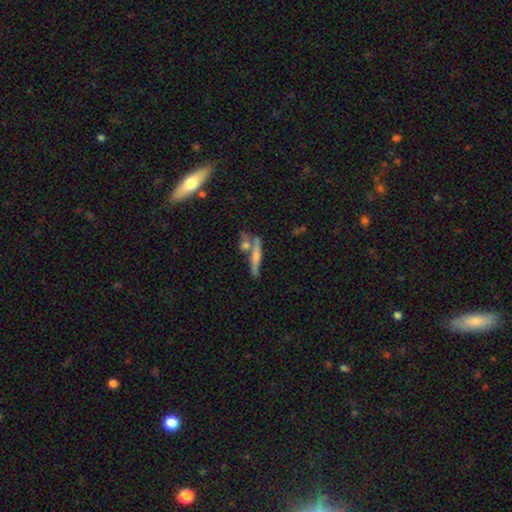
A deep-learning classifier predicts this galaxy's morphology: This appears to be a smooth galaxy with no disk features (47%). Merging: none (63%).